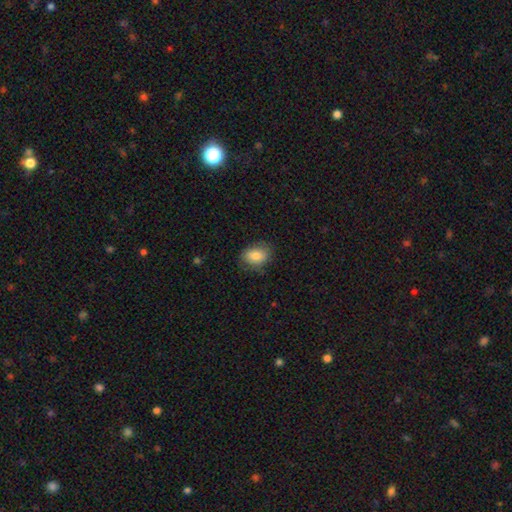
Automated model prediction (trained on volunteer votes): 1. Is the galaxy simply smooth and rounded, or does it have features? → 83% smooth, 9% featured or disk, 8% star or artifact.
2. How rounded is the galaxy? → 72% in between, 27% round, 1% cigar-shaped.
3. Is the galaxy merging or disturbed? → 76% none, 18% minor disturbance, 5% major disturbance, 1% merger.